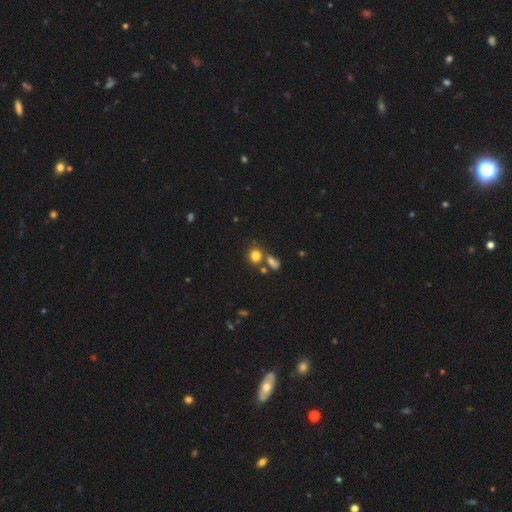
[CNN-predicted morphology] Overall: smooth (79%). How rounded: round (77%). Merging: none (59%; merger 26%).